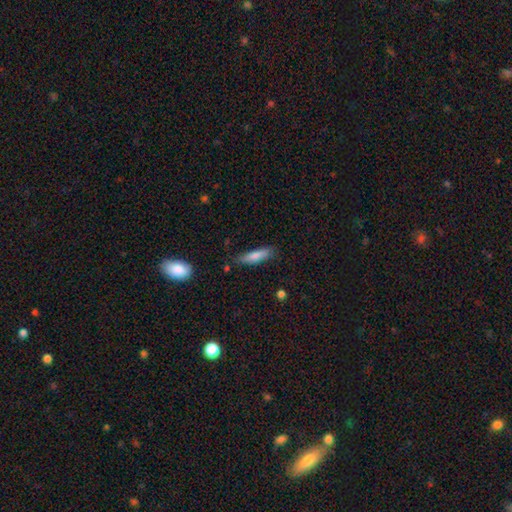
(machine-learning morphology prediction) The model was most divided on "how rounded": cigar-shaped: 73%, in between: 26%, round: 2%. More confident: smooth or featured — smooth (79%); merging — none (78%).